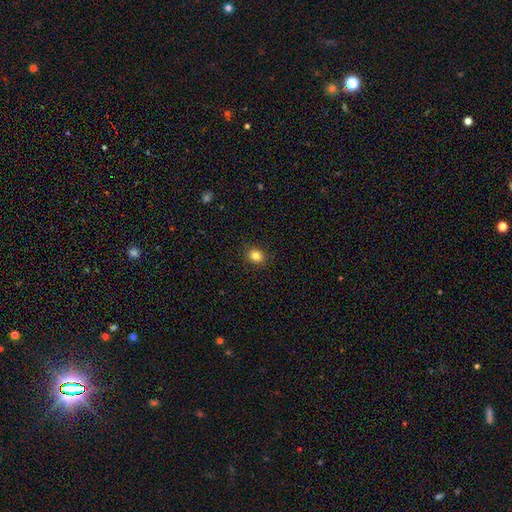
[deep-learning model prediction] Smooth or featured? Predicted: smooth (p=0.84). How rounded? Predicted: round (p=0.64). Merging? Predicted: none (p=0.89).